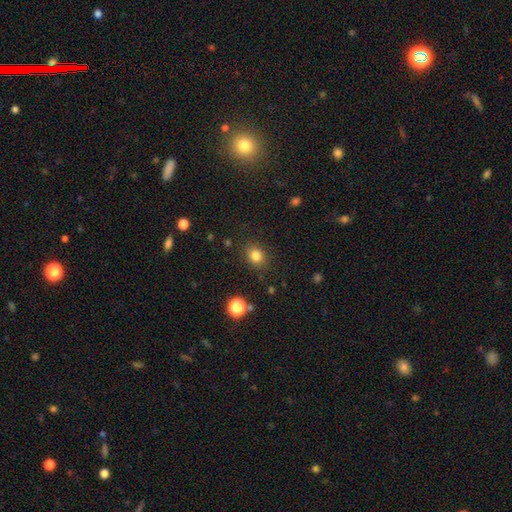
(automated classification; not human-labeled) This is clearly a smooth galaxy (82%). How rounded: possibly round (57%). Merging: clearly none (86%).